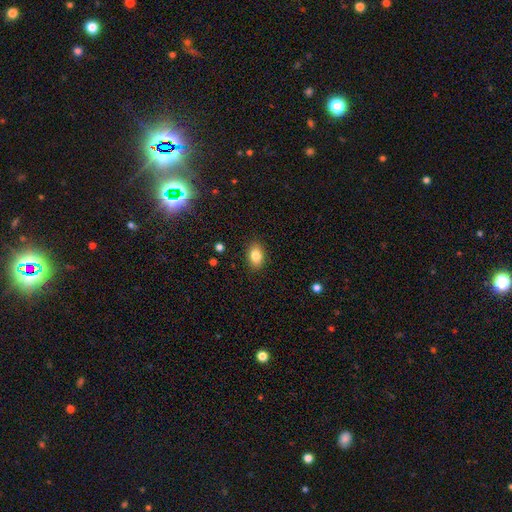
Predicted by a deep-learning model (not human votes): The model was most divided on "how rounded": in between: 82%, round: 17%, cigar-shaped: 1%. More confident: merging — none (88%); smooth or featured — smooth (84%).